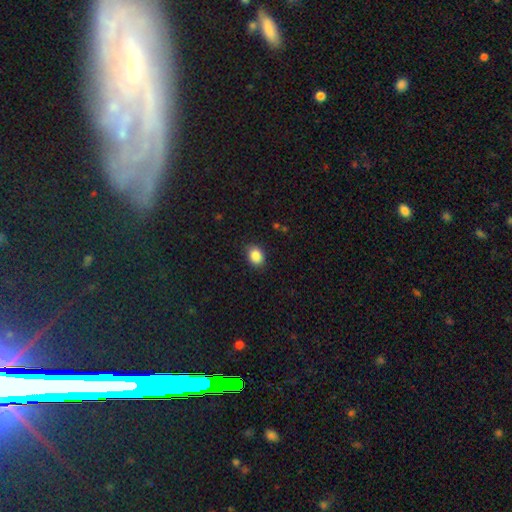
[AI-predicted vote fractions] smooth-or-featured: smooth: 88% | star or artifact: 9% | featured or disk: 4%
  how-rounded: in between: 58% | round: 41% | cigar-shaped: 1%
  merging: none: 86% | minor disturbance: 10% | major disturbance: 3% | merger: 1%